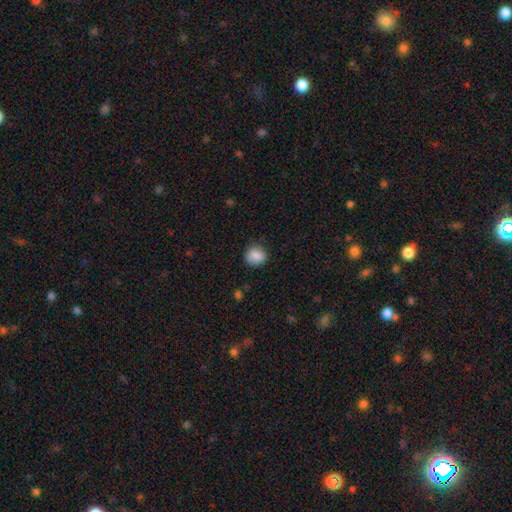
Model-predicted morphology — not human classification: smooth-or-featured: smooth: 87% | star or artifact: 8% | featured or disk: 4%
  how-rounded: round: 85% | in between: 14% | cigar-shaped: 1%
  merging: none: 83% | minor disturbance: 13% | major disturbance: 3% | merger: 1%